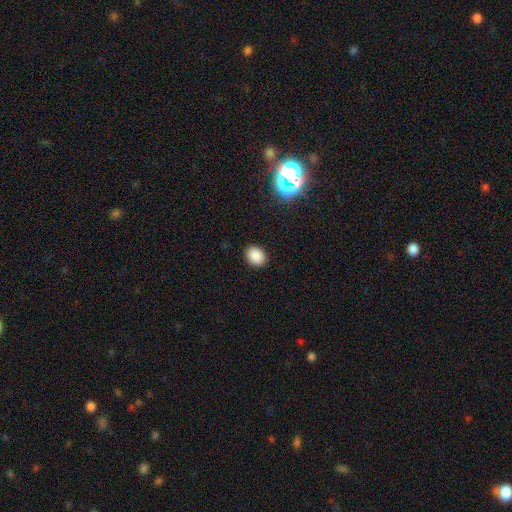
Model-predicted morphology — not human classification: Q: Smooth or featured?
A: smooth (87%); runner-up: star or artifact (10%)
Q: How rounded?
A: in between (57%); runner-up: round (42%)
Q: Merging?
A: none (90%); runner-up: minor disturbance (7%)